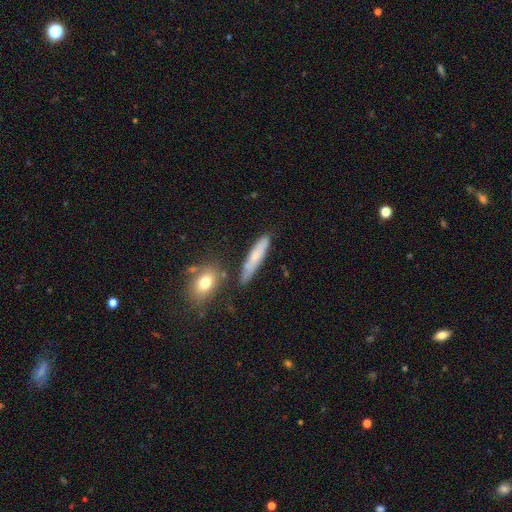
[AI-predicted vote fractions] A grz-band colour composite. It shows a smooth galaxy with no disk features (64%) that is cigar-shaped (85%). Merging: none (75%).